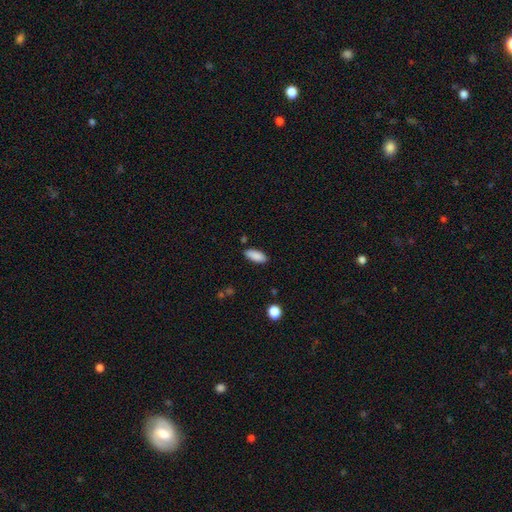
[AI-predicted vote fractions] Smooth or featured? smooth (88%)
How rounded? in between (78%)
Merging? none (85%)